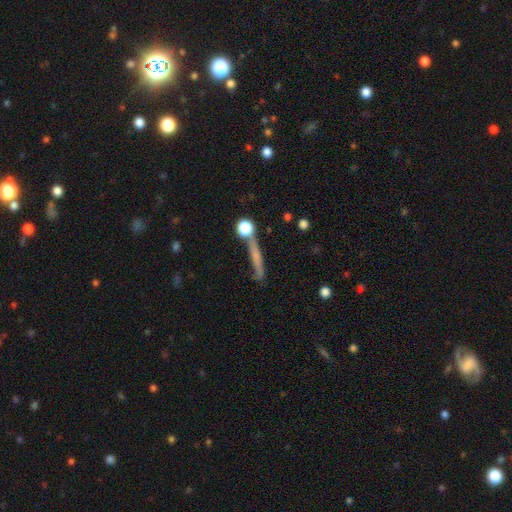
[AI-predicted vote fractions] Smooth or featured? smooth (49%)
Merging? none (68%)